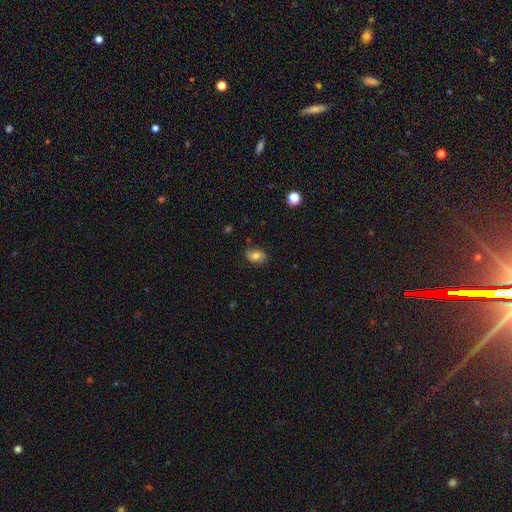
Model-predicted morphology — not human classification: Smooth or featured? smooth (76%)
How rounded? in between (73%)
Merging? none (79%)